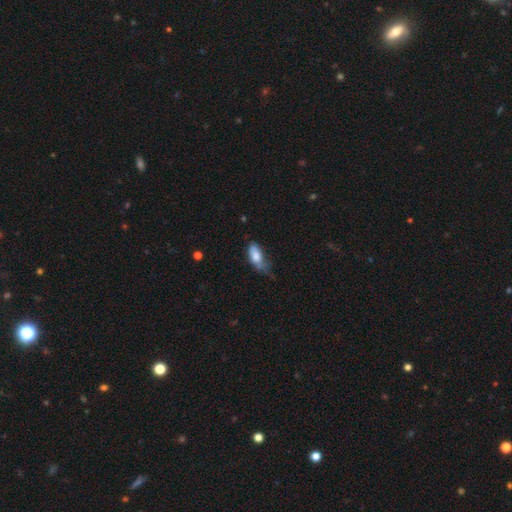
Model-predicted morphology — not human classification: smooth_or_featured: smooth (p=0.74) [alt: featured or disk p=0.18]
how_rounded: in between (p=0.85) [alt: cigar-shaped p=0.13]
merging: minor disturbance (p=0.41) [alt: major disturbance p=0.28]